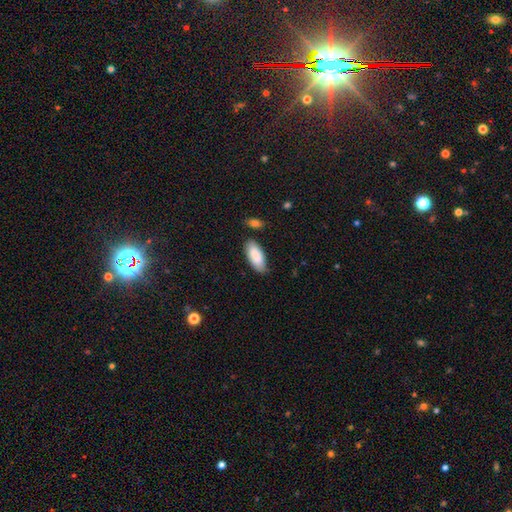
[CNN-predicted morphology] Smooth or featured? smooth (88%)
How rounded? in between (87%)
Merging? none (77%)